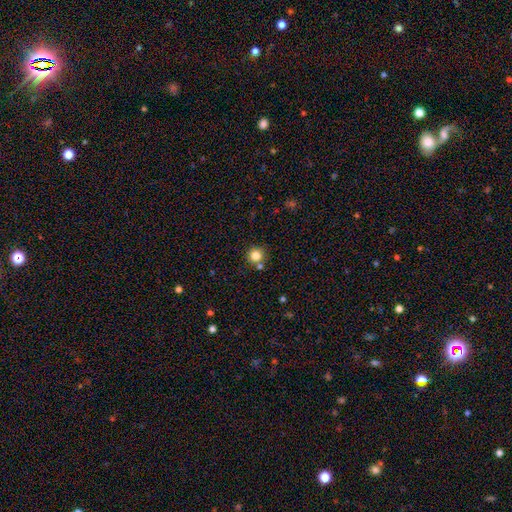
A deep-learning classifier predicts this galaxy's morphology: Smooth or featured: smooth — 82% (star or artifact — 12%)
How rounded: round — 94% (in between — 5%)
Merging: none — 77% (merger — 13%)